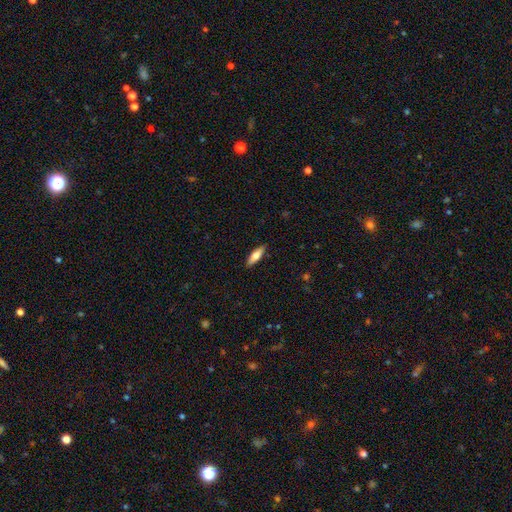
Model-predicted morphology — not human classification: type=smooth (70%); roundness=cigar-shaped (52%); merging=none (89%).